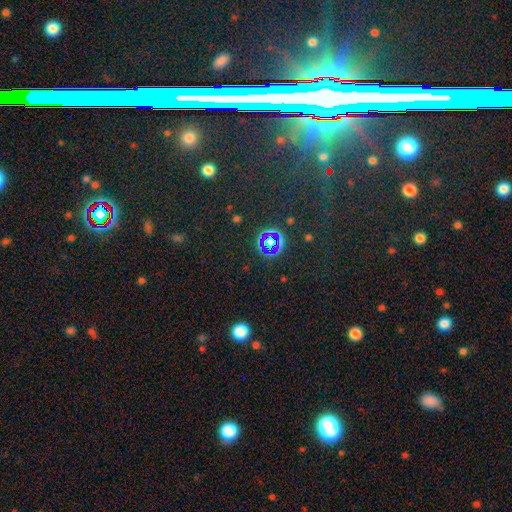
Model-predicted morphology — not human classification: Overall: star or artifact (69%).